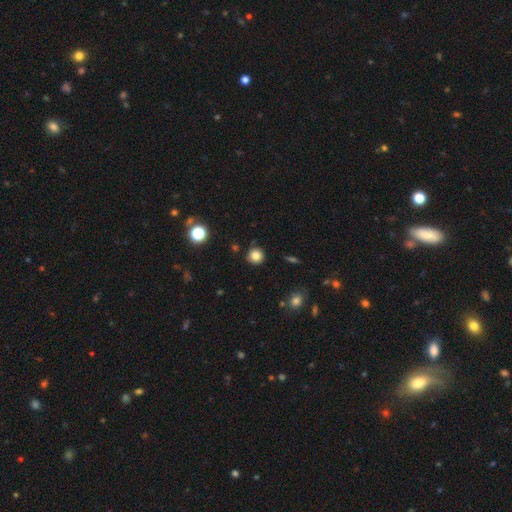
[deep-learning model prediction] A smooth galaxy with no disk features (83%) that is round (94%). Merging: none (90%).